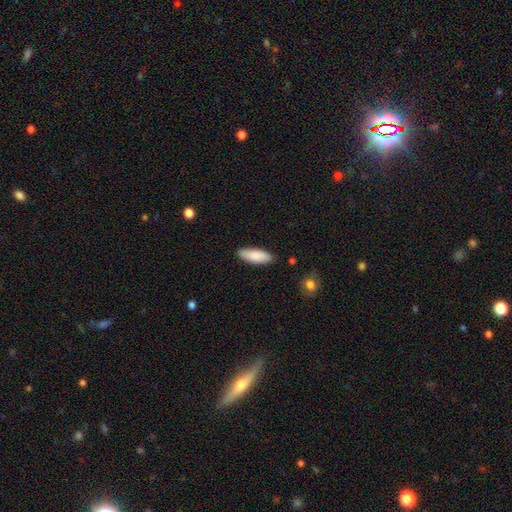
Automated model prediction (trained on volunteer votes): Overall: smooth (87%). How rounded: in between (67%; cigar-shaped 31%). Merging: none (87%).